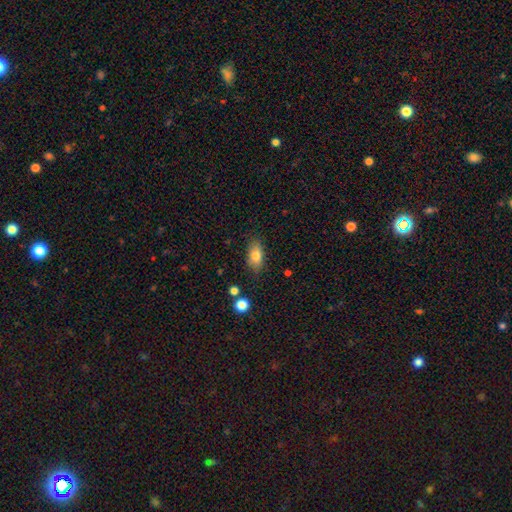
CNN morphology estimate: This appears to be a smooth galaxy with no disk features (79%) that is in between round and cigar-shaped (86%). Merging: none (83%).